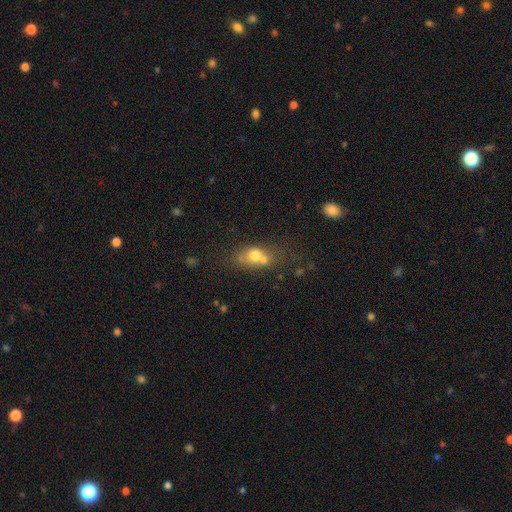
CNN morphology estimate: Smooth or featured?
  - smooth: 64% *
  - featured or disk: 22%
  - star or artifact: 13%
How rounded?
  - in between: 53% *
  - round: 43%
  - cigar-shaped: 4%
Merging?
  - merger: 51% *
  - none: 31%
  - minor disturbance: 11%
  - major disturbance: 6%